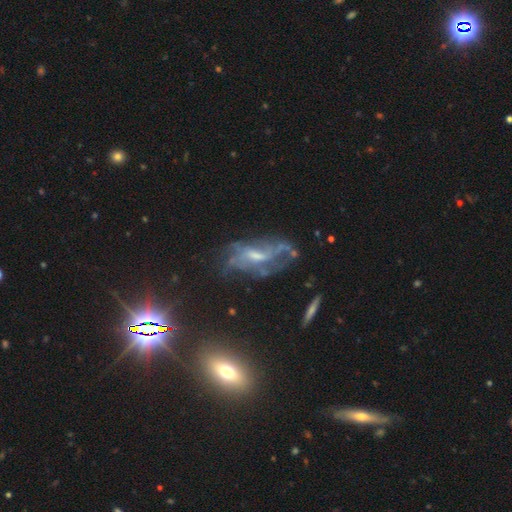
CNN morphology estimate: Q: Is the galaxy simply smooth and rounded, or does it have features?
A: featured or disk — 64%.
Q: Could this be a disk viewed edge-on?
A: no — 84%.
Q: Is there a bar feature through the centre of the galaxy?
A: no — 48%.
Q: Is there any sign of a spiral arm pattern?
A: yes — 76%.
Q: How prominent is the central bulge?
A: small — 55%.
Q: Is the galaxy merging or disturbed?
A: none — 58%.